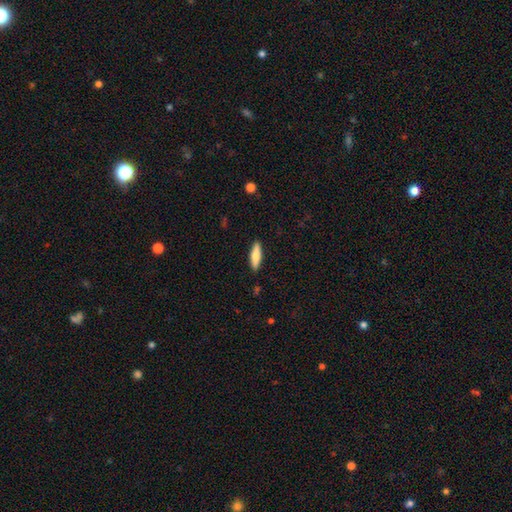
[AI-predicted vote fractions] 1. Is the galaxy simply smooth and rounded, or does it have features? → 69% smooth, 26% featured or disk, 6% star or artifact.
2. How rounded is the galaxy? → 64% cigar-shaped, 35% in between, 2% round.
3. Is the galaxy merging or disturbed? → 89% none, 8% minor disturbance, 2% major disturbance, 1% merger.